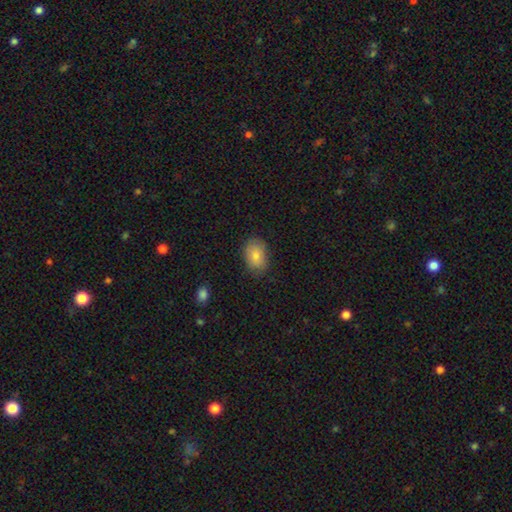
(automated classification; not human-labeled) Morphology: type=smooth (80%); roundness=in between (81%); merging=none (83%).